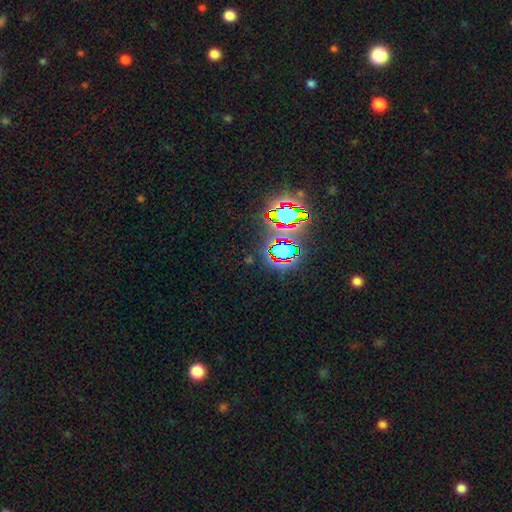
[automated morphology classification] This is clearly a star or artifact rather than a galaxy (81%).